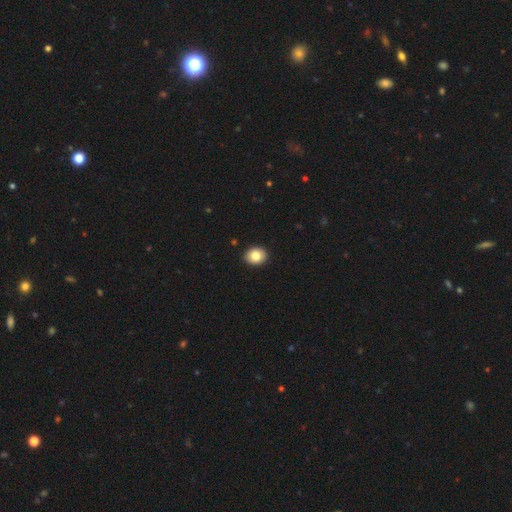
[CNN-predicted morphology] The model was most divided on "how rounded": round: 61%, in between: 39%, cigar-shaped: 1%. More confident: merging — none (91%); smooth or featured — smooth (83%).